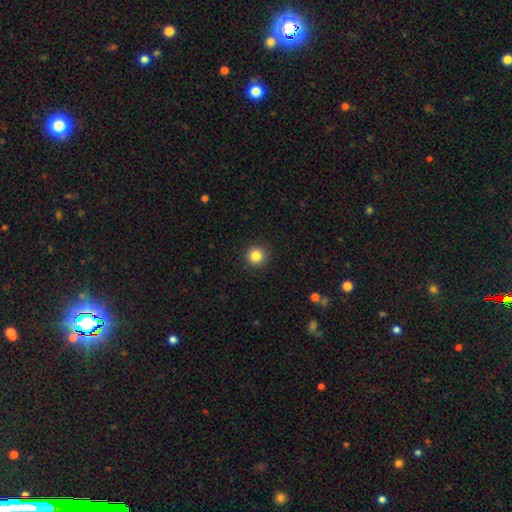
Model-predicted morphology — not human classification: This appears to be a smooth galaxy with no disk features (85%) that is round (95%). Merging: none (92%).